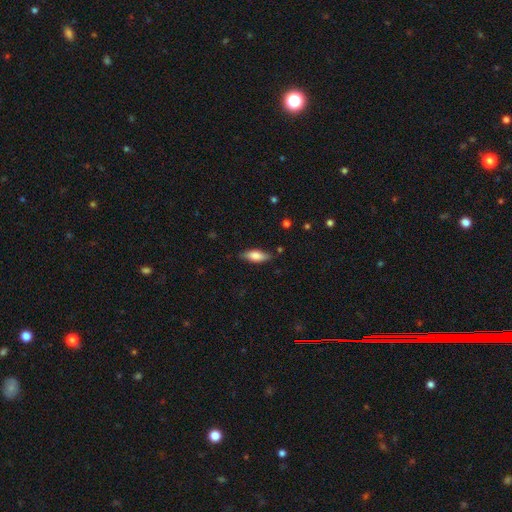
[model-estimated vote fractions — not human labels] A smooth galaxy with no disk features (75%) that is in between round and cigar-shaped (70%). Merging: none (80%).